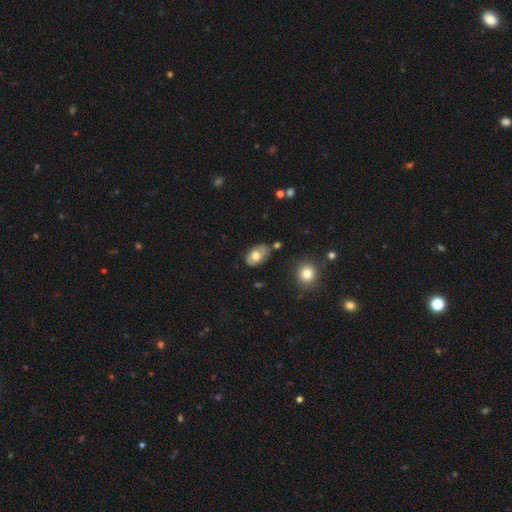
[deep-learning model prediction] Smooth or featured: smooth — 64% (featured or disk — 29%)
How rounded: in between — 88% (round — 10%)
Merging: none — 70% (minor disturbance — 21%)